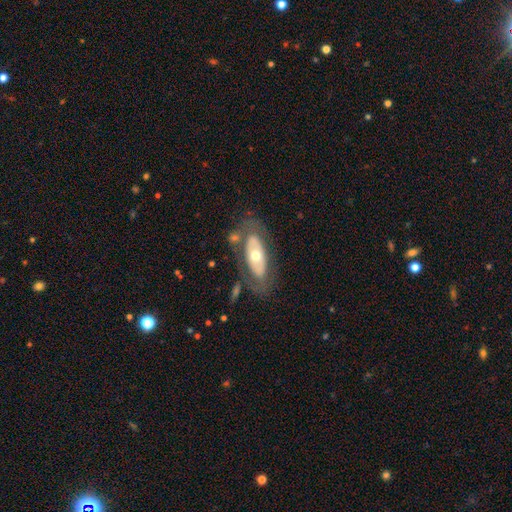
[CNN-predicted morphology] Smooth or featured: featured or disk — 55% (smooth — 39%)
Edge-on disk: no — 83% (yes — 17%)
Merging: none — 69% (minor disturbance — 16%)